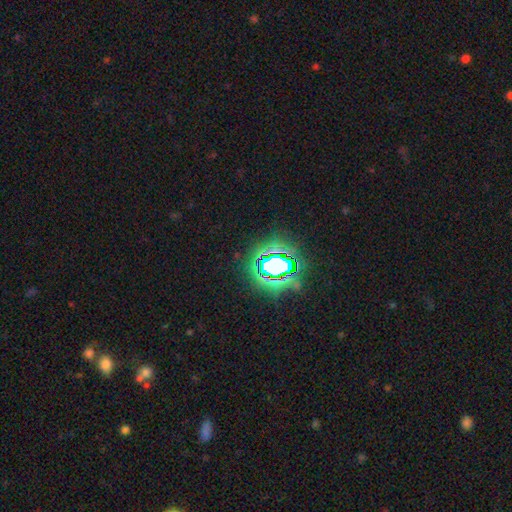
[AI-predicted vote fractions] Smooth or featured? star or artifact (80%)